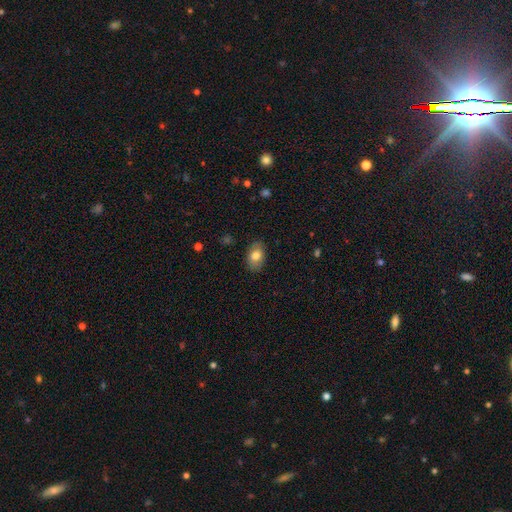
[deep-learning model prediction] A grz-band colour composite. It shows a smooth galaxy with no disk features (80%) that is in between round and cigar-shaped (85%). Merging: none (86%).